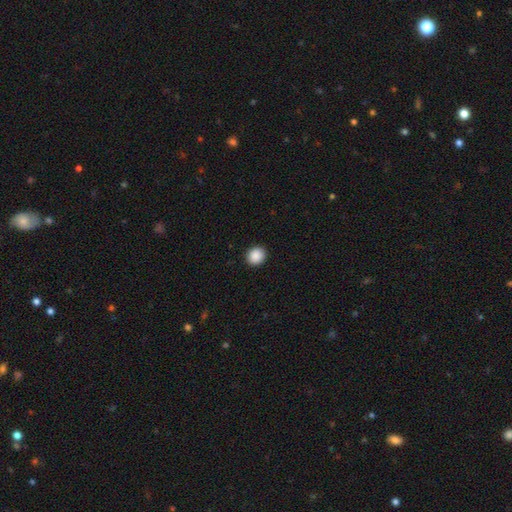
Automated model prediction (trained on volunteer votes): smooth 89%, star or artifact 8%, featured or disk 3%. Down the decision tree: how rounded — round (81%); merging — none (91%).